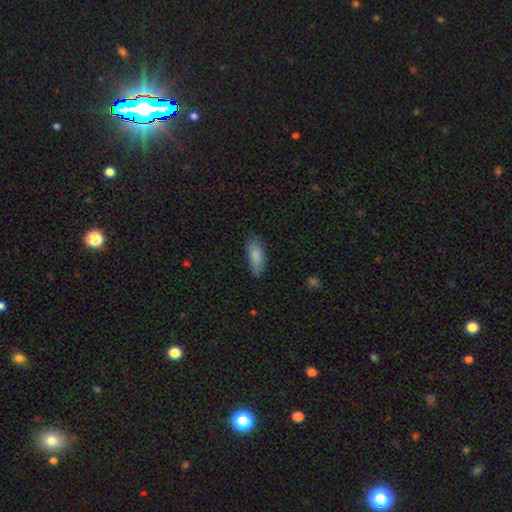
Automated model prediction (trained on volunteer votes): The model was most divided on "merging": none: 71%, minor disturbance: 23%, major disturbance: 4%, merger: 1%. More confident: smooth or featured — smooth (86%); how rounded — in between (78%).